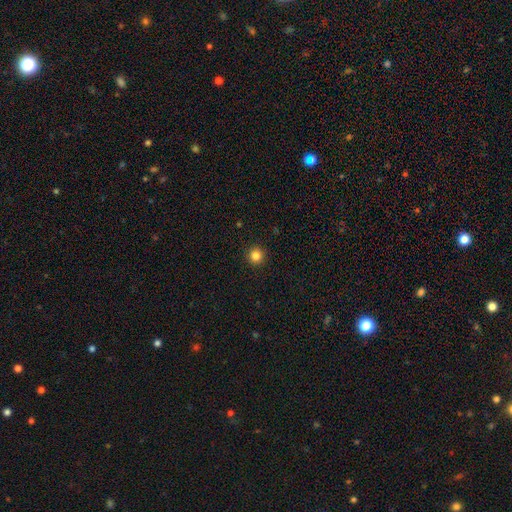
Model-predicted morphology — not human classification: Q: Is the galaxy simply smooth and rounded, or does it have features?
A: smooth — 84%.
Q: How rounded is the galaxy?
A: round — 96%.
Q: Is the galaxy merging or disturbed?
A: none — 93%.